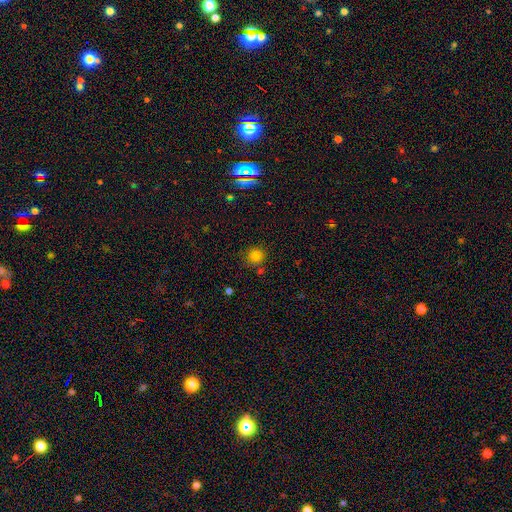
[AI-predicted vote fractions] smooth_or_featured: smooth (p=0.81) [alt: star or artifact p=0.15]
how_rounded: round (p=0.90) [alt: in between p=0.09]
merging: none (p=0.78) [alt: minor disturbance p=0.12]